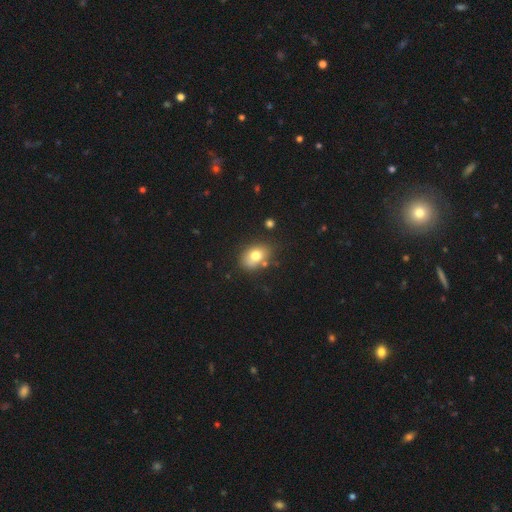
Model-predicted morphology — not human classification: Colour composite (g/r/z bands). It shows a smooth galaxy with no disk features (75%) that is in between round and cigar-shaped (75%). Merging: none (68%).